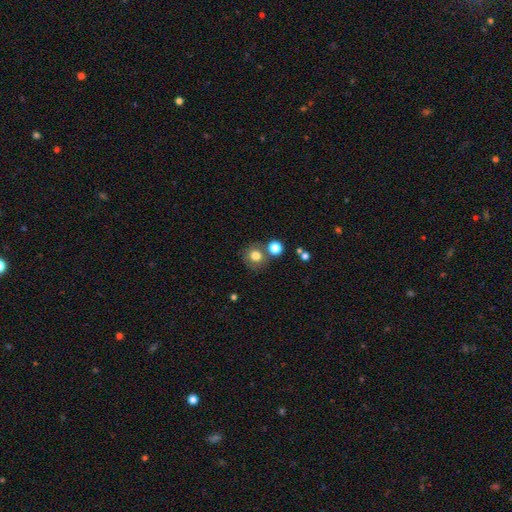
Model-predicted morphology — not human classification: type=smooth (77%); roundness=round (86%); merging=none (67%).